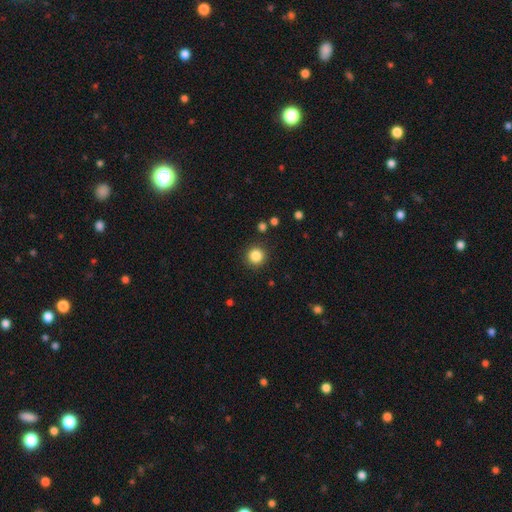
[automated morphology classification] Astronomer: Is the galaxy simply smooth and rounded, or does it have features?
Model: smooth — 85%.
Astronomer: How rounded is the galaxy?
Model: round — 95%.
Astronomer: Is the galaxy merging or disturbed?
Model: none — 90%.